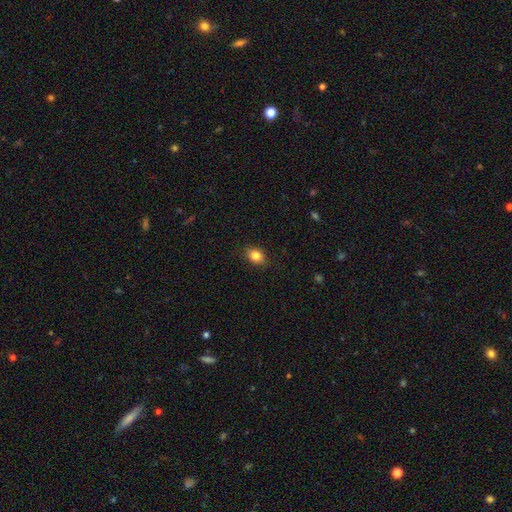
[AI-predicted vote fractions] A smooth galaxy with no disk features (83%) that is in between round and cigar-shaped (64%). Merging: none (85%).